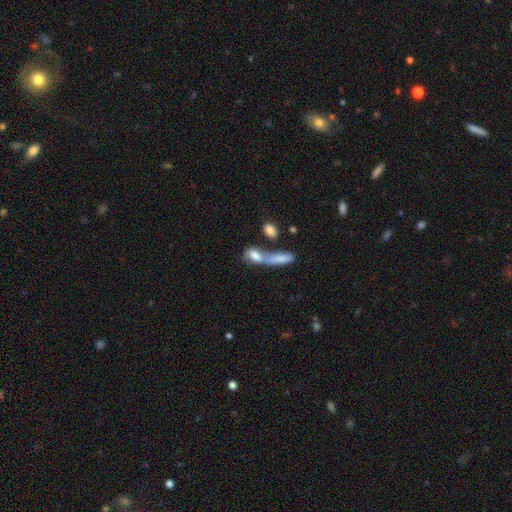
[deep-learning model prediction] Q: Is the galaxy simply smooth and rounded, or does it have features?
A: smooth — 72%.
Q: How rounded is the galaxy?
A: in between — 70%.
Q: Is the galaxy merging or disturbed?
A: merger — 56%.